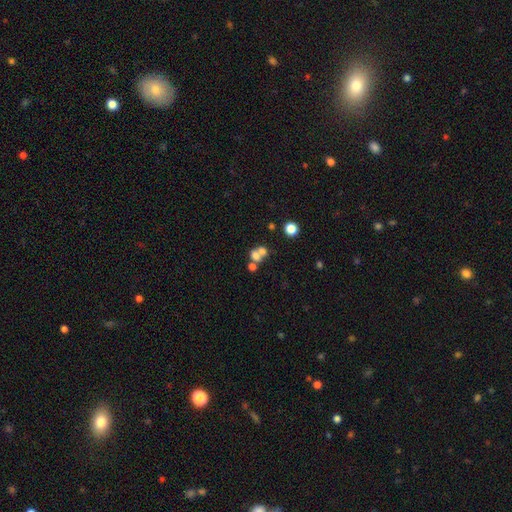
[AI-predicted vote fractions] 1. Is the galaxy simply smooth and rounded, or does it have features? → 61% smooth, 23% featured or disk, 16% star or artifact.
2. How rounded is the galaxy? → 55% round, 44% in between, 2% cigar-shaped.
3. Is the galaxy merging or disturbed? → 61% merger, 27% none, 7% minor disturbance, 5% major disturbance.